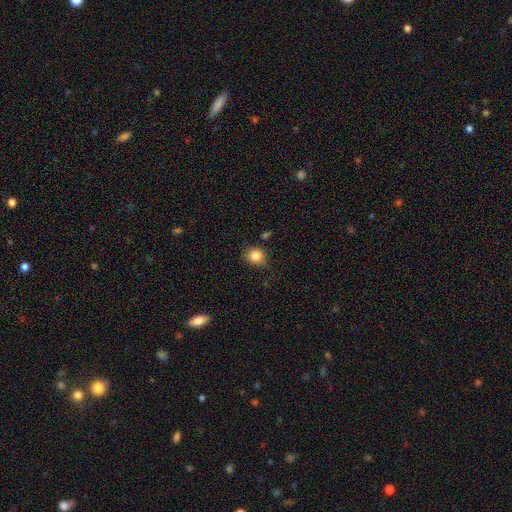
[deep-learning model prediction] The model was most divided on "how rounded": round: 76%, in between: 23%, cigar-shaped: 1%. More confident: smooth or featured — smooth (84%); merging — none (78%).